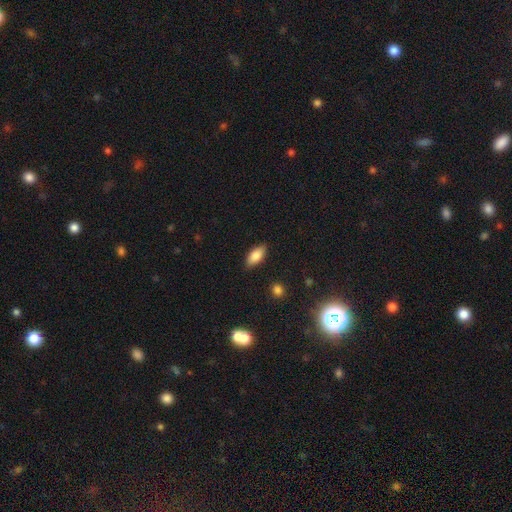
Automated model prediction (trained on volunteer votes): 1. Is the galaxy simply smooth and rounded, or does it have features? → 84% smooth, 9% featured or disk, 8% star or artifact.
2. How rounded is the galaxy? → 89% in between, 8% cigar-shaped, 3% round.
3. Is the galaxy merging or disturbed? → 87% none, 10% minor disturbance, 2% major disturbance, 1% merger.